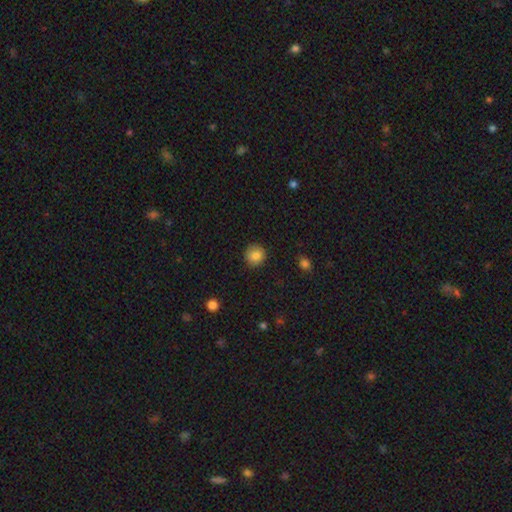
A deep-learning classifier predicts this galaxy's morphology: A smooth galaxy with no disk features (83%) that is round (92%). Merging: none (90%).